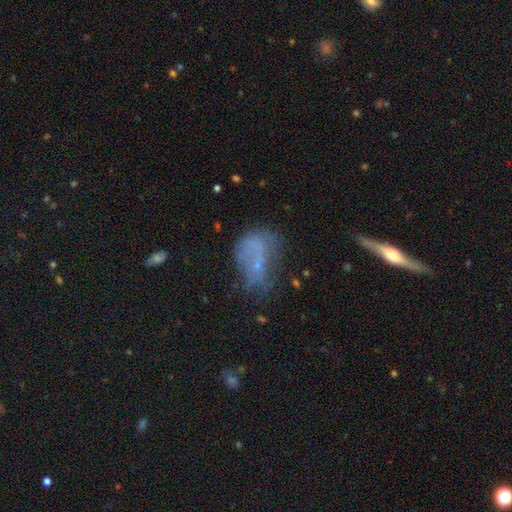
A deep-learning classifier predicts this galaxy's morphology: smooth-or-featured: featured or disk: 43% | smooth: 38% | star or artifact: 19%
  merging: none: 38% | minor disturbance: 28% | major disturbance: 26% | merger: 8%